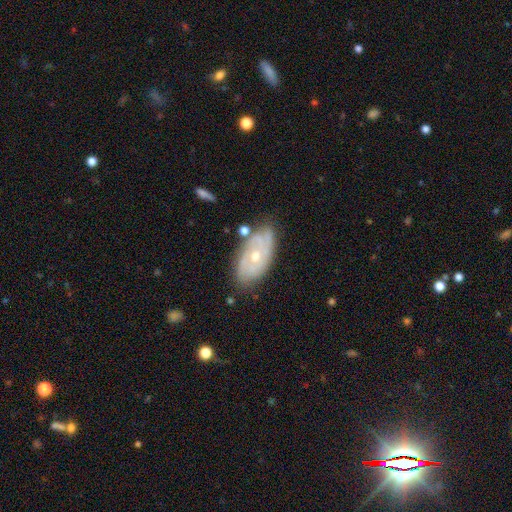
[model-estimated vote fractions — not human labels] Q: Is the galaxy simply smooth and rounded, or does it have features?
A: featured or disk — 74%.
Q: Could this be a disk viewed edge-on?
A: no — 93%.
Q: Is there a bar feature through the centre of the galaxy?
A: no — 78%.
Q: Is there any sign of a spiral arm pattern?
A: yes — 78%.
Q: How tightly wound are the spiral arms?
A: tight — 67%.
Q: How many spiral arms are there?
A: can't tell — 43%.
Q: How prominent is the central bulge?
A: moderate — 56%.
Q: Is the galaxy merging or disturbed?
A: none — 71%.